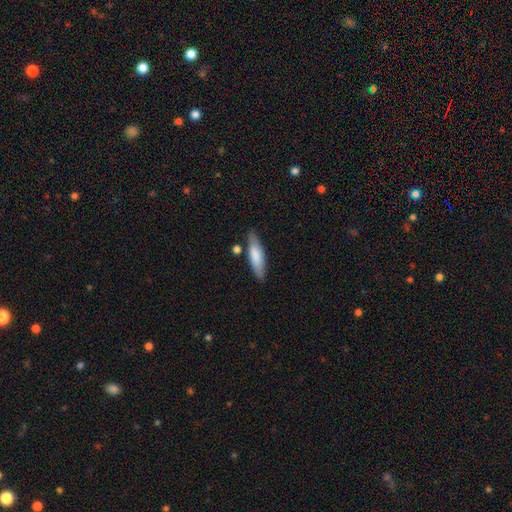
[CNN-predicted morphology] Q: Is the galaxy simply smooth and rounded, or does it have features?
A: smooth — 76%.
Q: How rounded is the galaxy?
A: cigar-shaped — 59%.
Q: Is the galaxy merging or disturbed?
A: none — 78%.